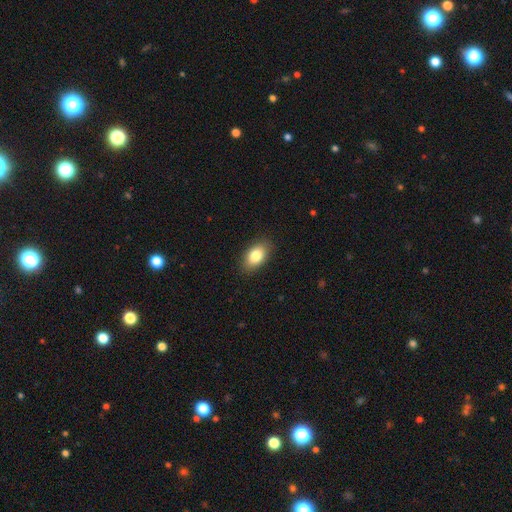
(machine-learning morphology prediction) Q: Smooth or featured?
A: smooth (82%); runner-up: featured or disk (10%)
Q: How rounded?
A: in between (90%); runner-up: round (8%)
Q: Merging?
A: none (88%); runner-up: minor disturbance (9%)